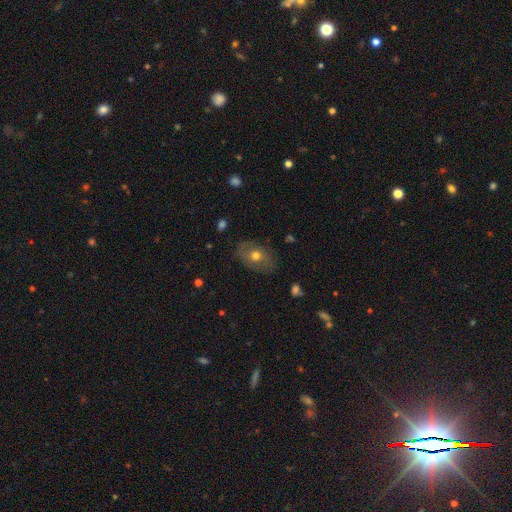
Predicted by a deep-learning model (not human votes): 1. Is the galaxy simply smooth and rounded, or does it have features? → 56% smooth, 35% featured or disk, 9% star or artifact.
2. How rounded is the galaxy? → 76% in between, 22% round, 1% cigar-shaped.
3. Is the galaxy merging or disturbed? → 77% none, 16% minor disturbance, 5% major disturbance, 1% merger.